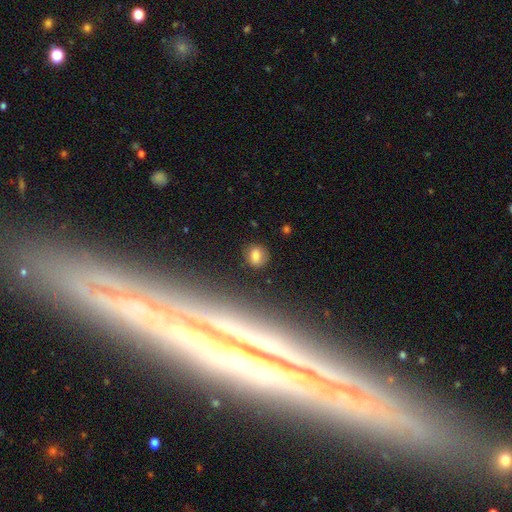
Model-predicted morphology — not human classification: smooth-or-featured: smooth: 76% | star or artifact: 13% | featured or disk: 11%
  how-rounded: round: 59% | in between: 39% | cigar-shaped: 2%
  merging: none: 83% | minor disturbance: 11% | major disturbance: 3% | merger: 3%